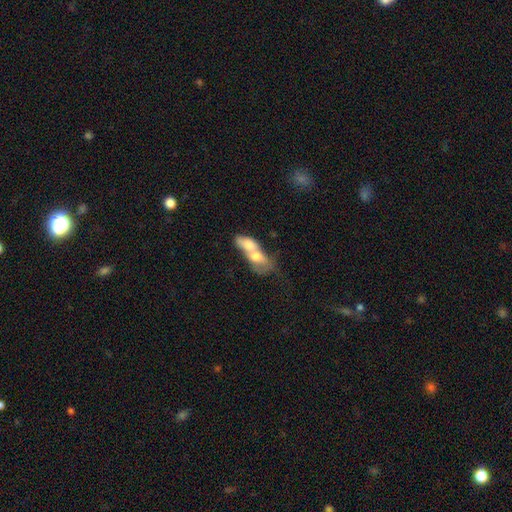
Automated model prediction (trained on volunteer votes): Overall: smooth (62%; featured or disk 31%). How rounded: in between (73%). Merging: merger (81%).